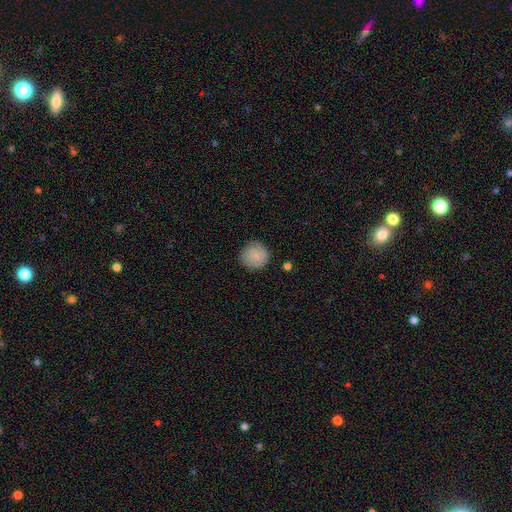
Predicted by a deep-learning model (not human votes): smooth-or-featured: smooth: 76% | featured or disk: 16% | star or artifact: 8%
  how-rounded: round: 90% | in between: 9% | cigar-shaped: 1%
  merging: none: 75% | minor disturbance: 19% | major disturbance: 5% | merger: 2%